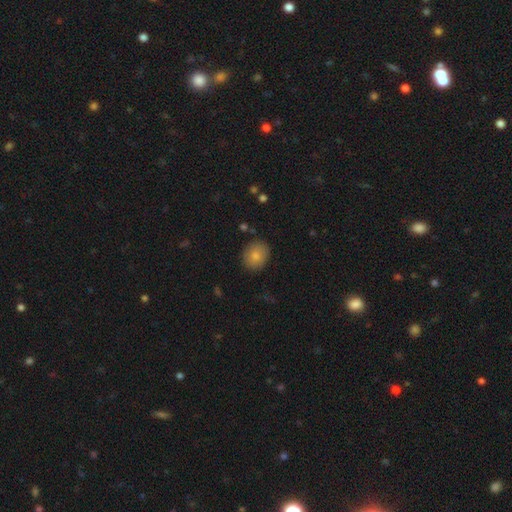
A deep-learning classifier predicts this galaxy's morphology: A smooth galaxy with no disk features (81%) that is round (66%). Merging: none (87%).